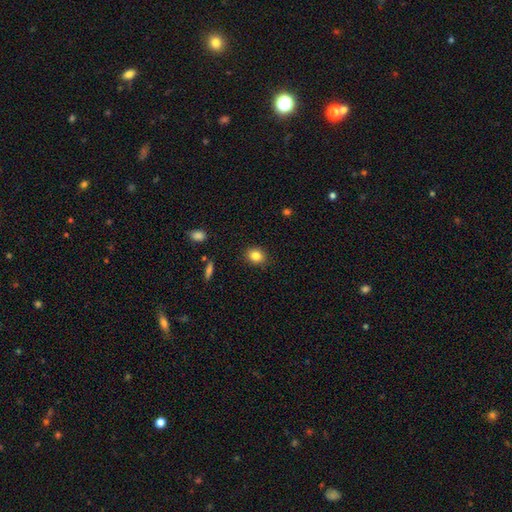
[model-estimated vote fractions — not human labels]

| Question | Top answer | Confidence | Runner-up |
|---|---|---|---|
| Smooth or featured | smooth | 83% | star or artifact (10%) |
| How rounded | round | 56% | in between (42%) |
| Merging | none | 88% | minor disturbance (8%) |